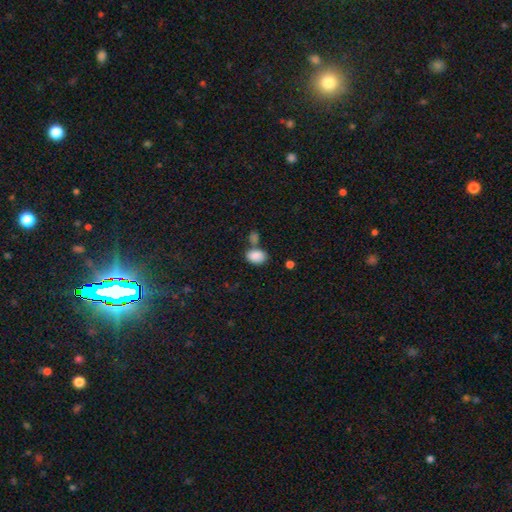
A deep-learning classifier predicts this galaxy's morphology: A smooth galaxy with no disk features (87%) that is in between round and cigar-shaped (84%).

Vote fractions:
- Smooth or featured? smooth: 87% / star or artifact: 8% / featured or disk: 5%
- How rounded? in between: 84% / round: 15% / cigar-shaped: 1%
- Merging? none: 53% / merger: 28% / minor disturbance: 14% / major disturbance: 5%